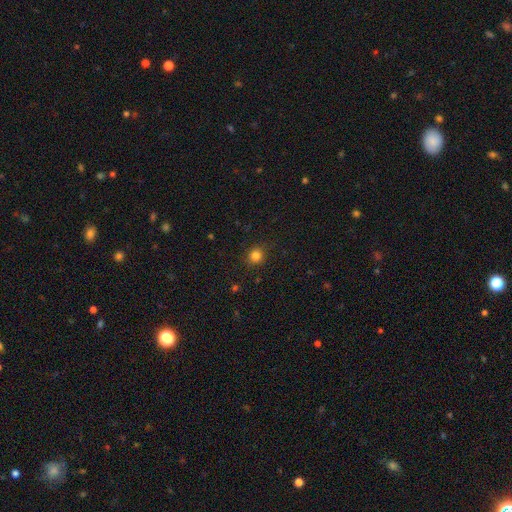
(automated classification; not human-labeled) Smooth or featured?
  - smooth: 82% *
  - star or artifact: 13%
  - featured or disk: 5%
How rounded?
  - round: 89% *
  - in between: 10%
  - cigar-shaped: 1%
Merging?
  - none: 88% *
  - minor disturbance: 8%
  - major disturbance: 3%
  - merger: 1%